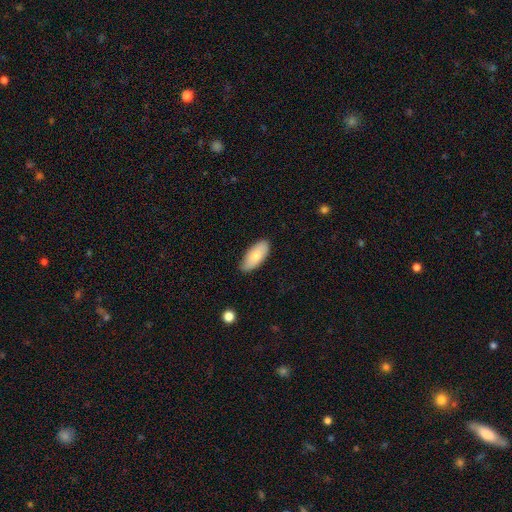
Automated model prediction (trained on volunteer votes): Morphology: type=smooth (79%); roundness=in between (89%); merging=none (83%).